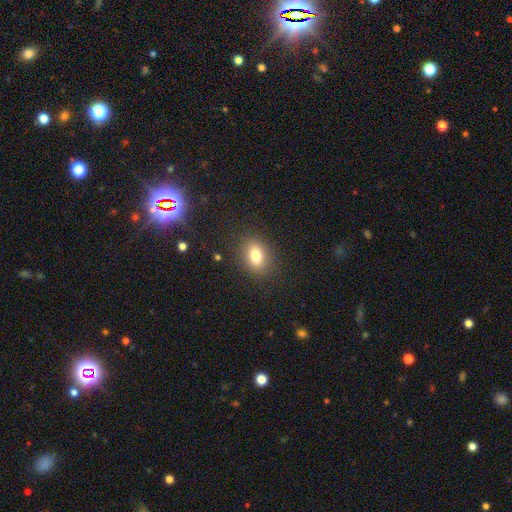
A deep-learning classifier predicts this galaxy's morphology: smooth_or_featured: smooth (p=0.80) [alt: star or artifact p=0.11]
how_rounded: in between (p=0.72) [alt: round p=0.26]
merging: none (p=0.86) [alt: minor disturbance p=0.09]